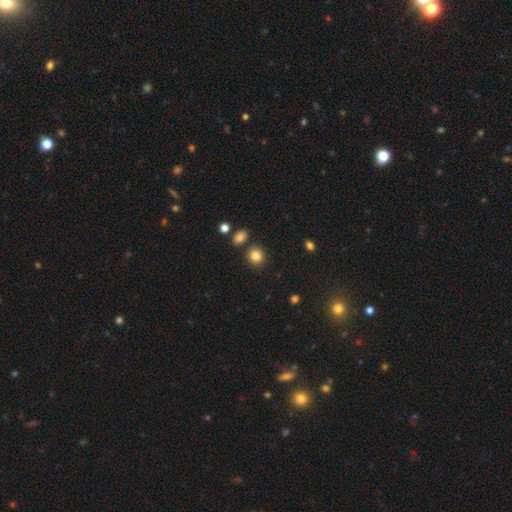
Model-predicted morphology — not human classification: A smooth galaxy with no disk features (84%) that is round (83%).

Vote fractions:
- Smooth or featured? smooth: 84% / star or artifact: 10% / featured or disk: 6%
- How rounded? round: 83% / in between: 16% / cigar-shaped: 1%
- Merging? none: 82% / minor disturbance: 8% / merger: 7% / major disturbance: 3%